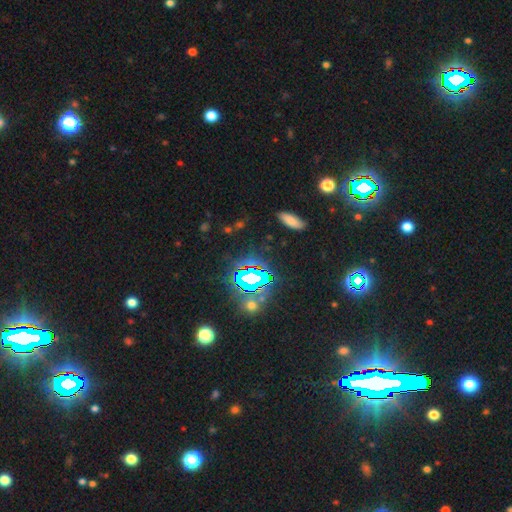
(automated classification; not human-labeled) Smooth or featured?
  - star or artifact: 82% *
  - smooth: 10%
  - featured or disk: 8%